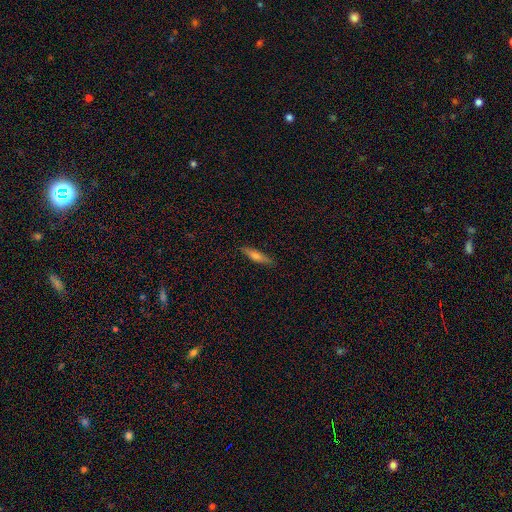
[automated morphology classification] type=smooth (54%); roundness=cigar-shaped (79%); merging=none (88%).